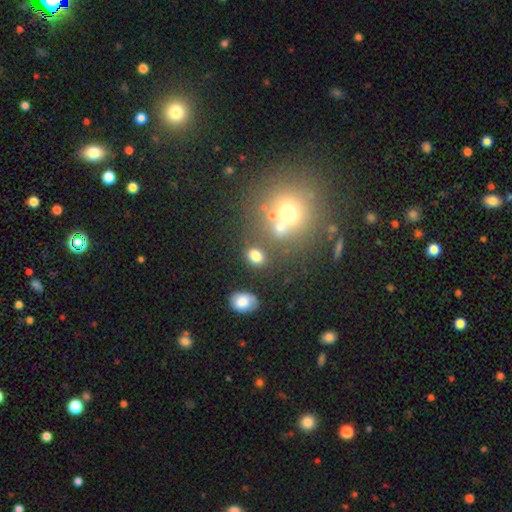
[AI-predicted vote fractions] smooth-or-featured: smooth: 77% | star or artifact: 14% | featured or disk: 9%
  how-rounded: in between: 62% | round: 36% | cigar-shaped: 2%
  merging: none: 68% | minor disturbance: 13% | merger: 13% | major disturbance: 6%